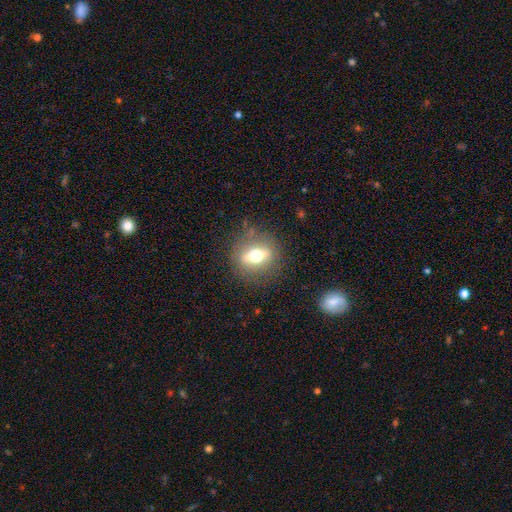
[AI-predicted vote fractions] A featured or disk galaxy (47%).

Vote fractions:
- Smooth or featured? featured or disk: 47% / smooth: 43% / star or artifact: 10%
- Merging? none: 82% / minor disturbance: 11% / major disturbance: 5% / merger: 1%